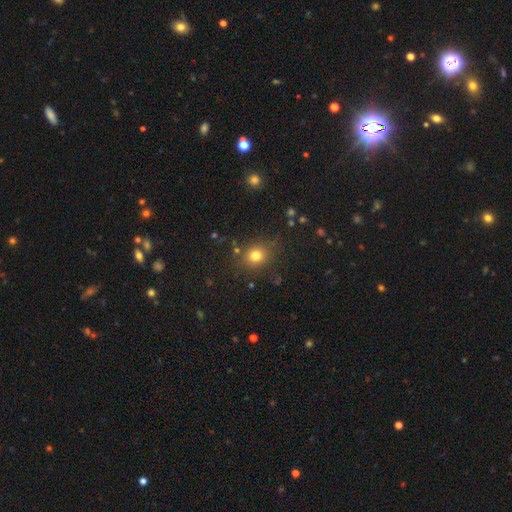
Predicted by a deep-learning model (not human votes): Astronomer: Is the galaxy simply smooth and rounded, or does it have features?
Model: smooth — 77%.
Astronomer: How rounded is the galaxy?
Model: round — 78%.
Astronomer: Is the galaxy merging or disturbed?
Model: none — 81%.